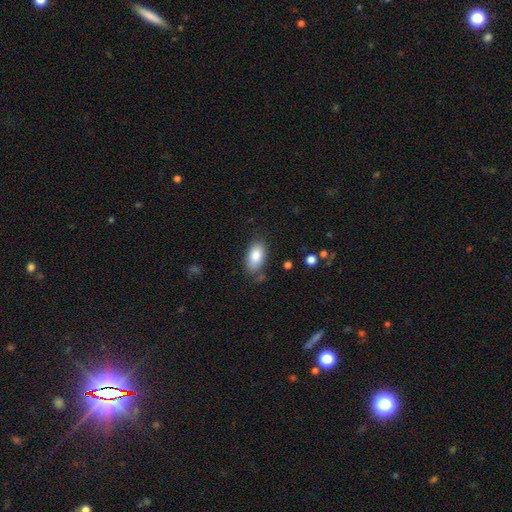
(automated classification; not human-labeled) Smooth or featured? Predicted: smooth (p=0.85). How rounded? Predicted: in between (p=0.93). Merging? Predicted: none (p=0.75).